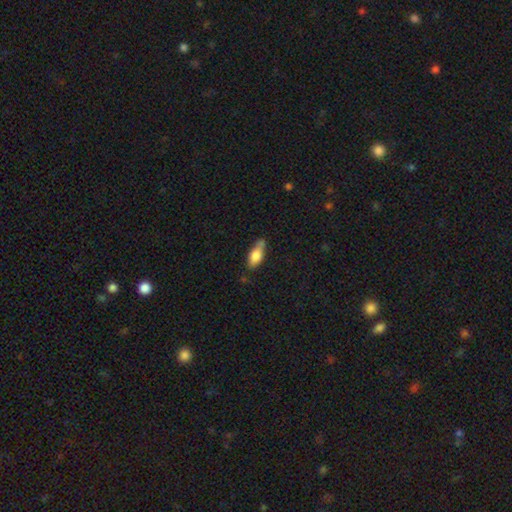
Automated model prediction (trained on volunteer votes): Overall: smooth (75%). How rounded: in between (74%). Merging: none (60%; minor disturbance 29%).